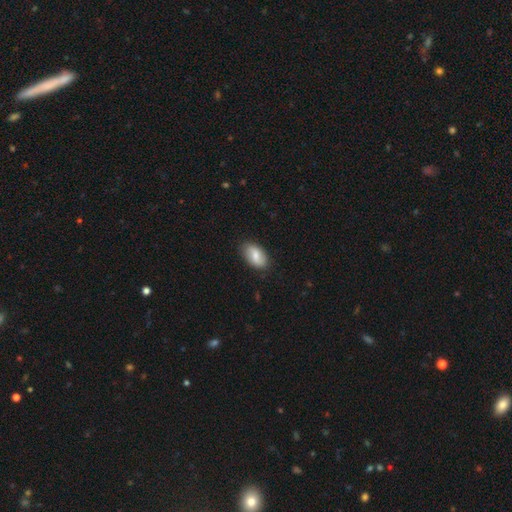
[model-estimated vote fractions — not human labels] The model was most divided on "smooth or featured": smooth: 70%, featured or disk: 24%, star or artifact: 6%. More confident: how rounded — in between (92%); merging — none (83%).